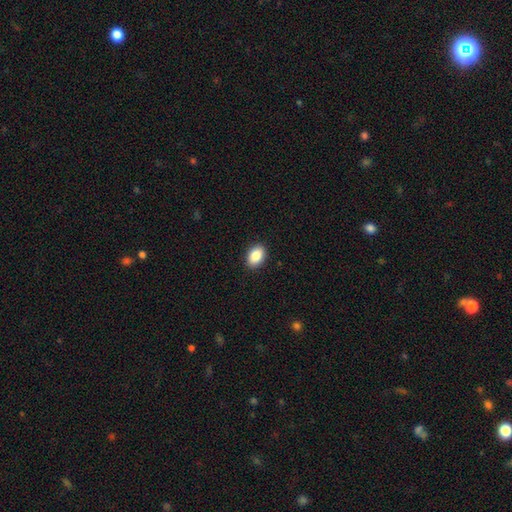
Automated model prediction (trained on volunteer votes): A smooth galaxy with no disk features (88%) that is in between round and cigar-shaped (85%).

Vote fractions:
- Smooth or featured? smooth: 88% / star or artifact: 8% / featured or disk: 5%
- How rounded? in between: 85% / round: 14% / cigar-shaped: 1%
- Merging? none: 90% / minor disturbance: 7% / major disturbance: 2% / merger: 1%